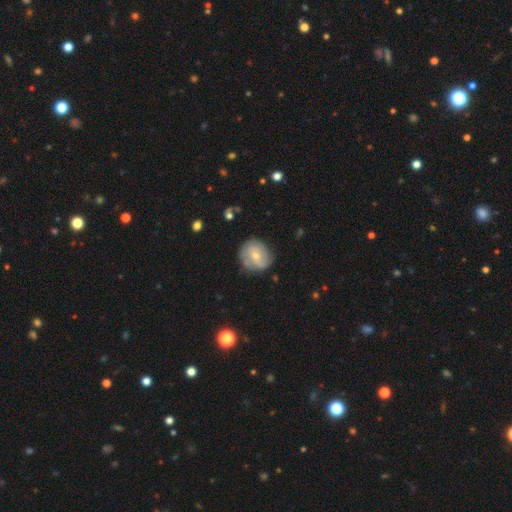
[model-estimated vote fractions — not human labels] Smooth or featured: featured or disk — 60% (smooth — 33%)
Edge-on disk: no — 97% (yes — 3%)
Bar: no — 56% (weak — 36%)
Spiral arms: yes — 80% (no — 20%)
Bulge size: small — 53% (moderate — 43%)
Merging: none — 71% (minor disturbance — 21%)